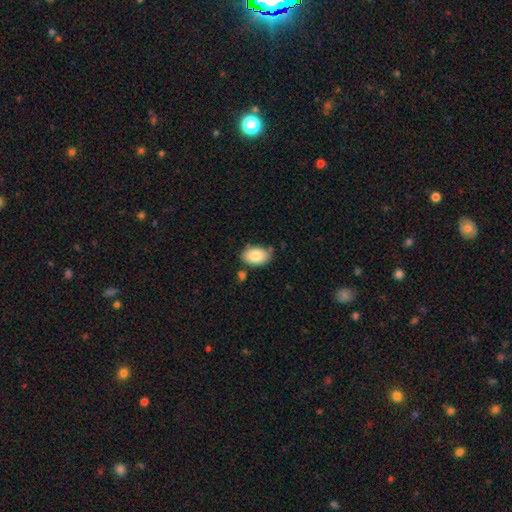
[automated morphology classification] Smooth or featured: smooth — 85% (featured or disk — 8%)
How rounded: in between — 89% (round — 10%)
Merging: none — 76% (minor disturbance — 16%)